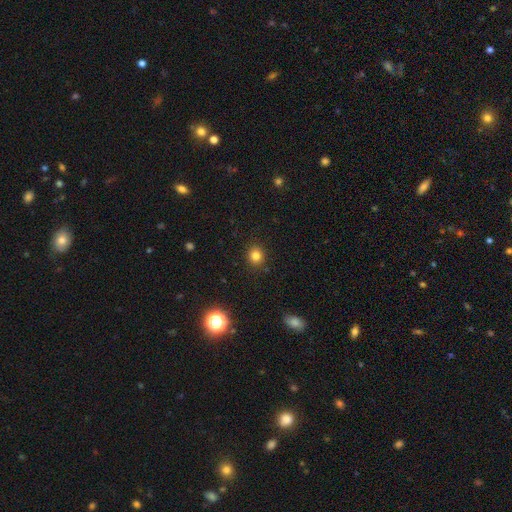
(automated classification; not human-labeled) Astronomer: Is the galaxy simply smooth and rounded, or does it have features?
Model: smooth — 81%.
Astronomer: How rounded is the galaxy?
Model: round — 82%.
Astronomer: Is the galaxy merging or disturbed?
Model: none — 89%.